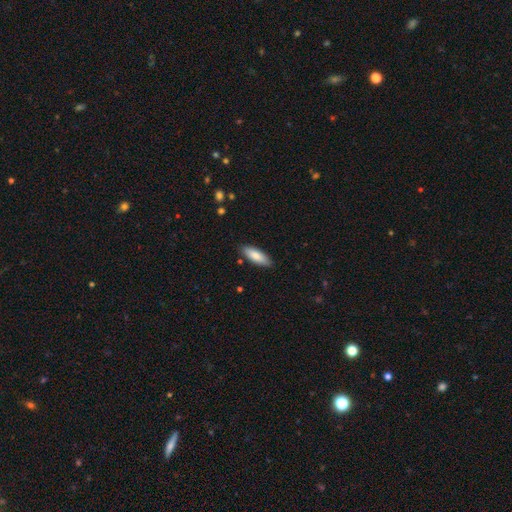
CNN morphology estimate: Smooth or featured? Predicted: smooth (p=0.84). How rounded? Predicted: in between (p=0.66). Merging? Predicted: none (p=0.87).